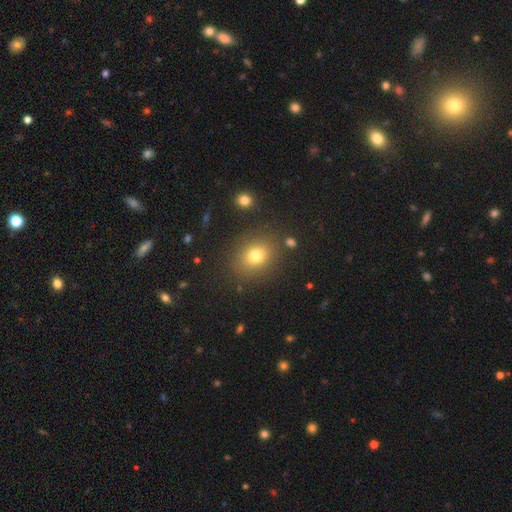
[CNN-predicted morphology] This appears to be a smooth galaxy with no disk features (75%) that is round (56%). Merging: none (84%).